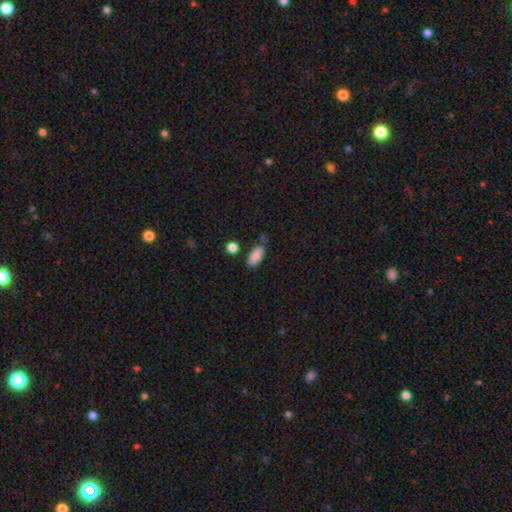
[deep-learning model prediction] A smooth galaxy with no disk features (87%) that is in between round and cigar-shaped (85%).

Vote fractions:
- Smooth or featured? smooth: 87% / star or artifact: 7% / featured or disk: 5%
- How rounded? in between: 85% / cigar-shaped: 12% / round: 3%
- Merging? none: 67% / minor disturbance: 21% / merger: 7% / major disturbance: 5%